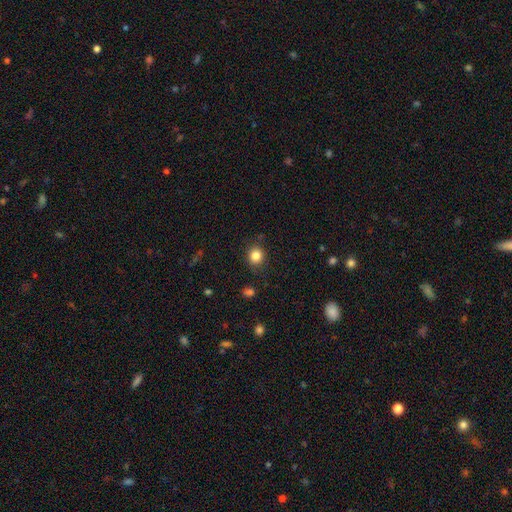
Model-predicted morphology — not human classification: Smooth or featured: smooth — 84% (star or artifact — 11%)
How rounded: round — 82% (in between — 17%)
Merging: none — 85% (minor disturbance — 10%)